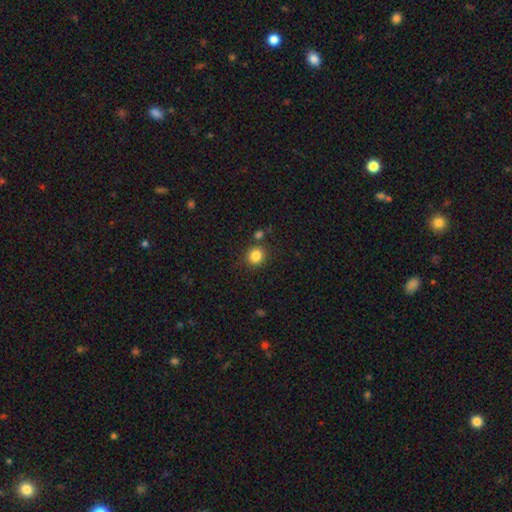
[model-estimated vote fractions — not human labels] Smooth or featured?
  - smooth: 85% *
  - star or artifact: 11%
  - featured or disk: 4%
How rounded?
  - round: 88% *
  - in between: 11%
  - cigar-shaped: 1%
Merging?
  - none: 81% *
  - minor disturbance: 9%
  - merger: 7%
  - major disturbance: 3%